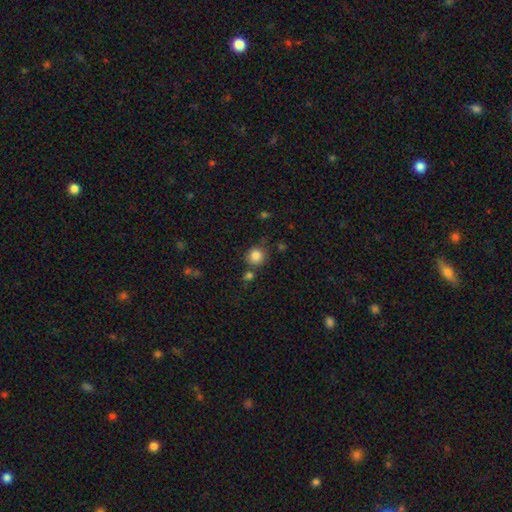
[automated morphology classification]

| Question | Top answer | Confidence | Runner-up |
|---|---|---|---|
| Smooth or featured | smooth | 85% | star or artifact (10%) |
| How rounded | round | 91% | in between (8%) |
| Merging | none | 77% | minor disturbance (10%) |